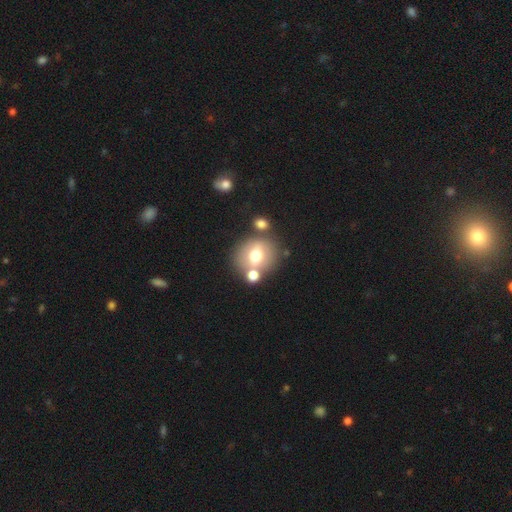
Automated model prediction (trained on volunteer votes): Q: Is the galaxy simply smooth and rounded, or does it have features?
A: smooth — 62%.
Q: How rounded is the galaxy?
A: round — 72%.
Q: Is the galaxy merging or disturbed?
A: none — 63%.